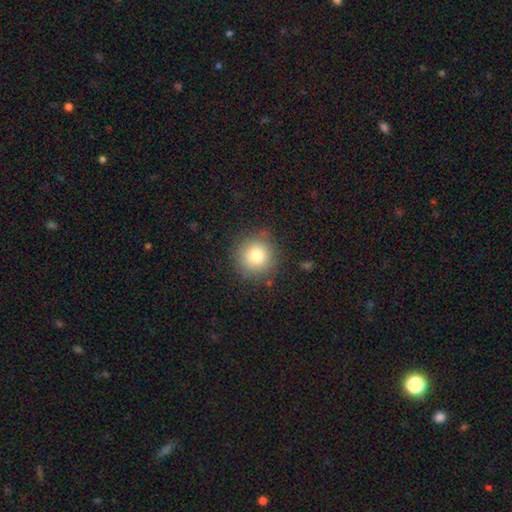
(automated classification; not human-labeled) Overall: smooth (78%). How rounded: round (92%). Merging: none (83%).